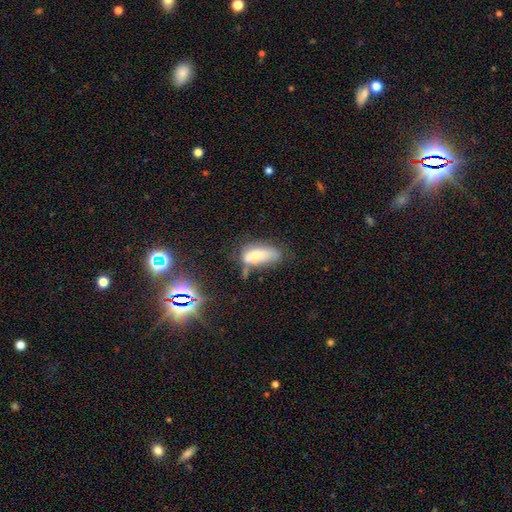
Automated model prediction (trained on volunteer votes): Q: Smooth or featured?
A: smooth (69%); runner-up: featured or disk (21%)
Q: How rounded?
A: in between (83%); runner-up: cigar-shaped (14%)
Q: Merging?
A: minor disturbance (29%); tied with: none (29%)